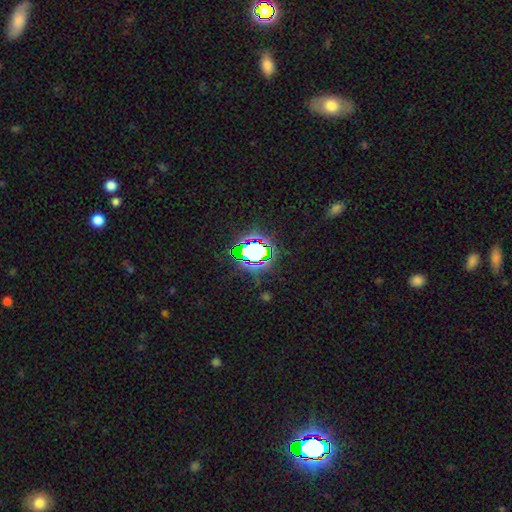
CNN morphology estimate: Smooth or featured?
  - star or artifact: 67% *
  - smooth: 21%
  - featured or disk: 12%